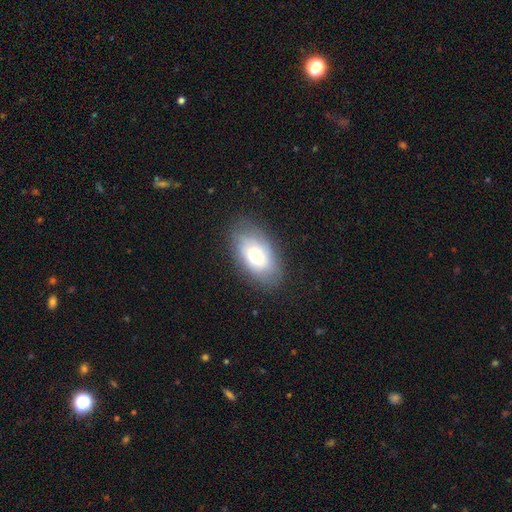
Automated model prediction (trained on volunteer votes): The model was most divided on "smooth or featured": smooth: 65%, featured or disk: 27%, star or artifact: 8%. More confident: how rounded — in between (92%); merging — none (79%).